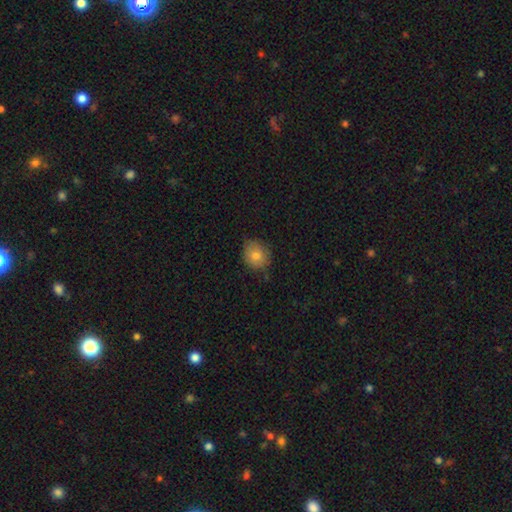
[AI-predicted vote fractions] Smooth or featured: smooth — 80% (featured or disk — 11%)
How rounded: round — 63% (in between — 36%)
Merging: none — 73% (minor disturbance — 23%)